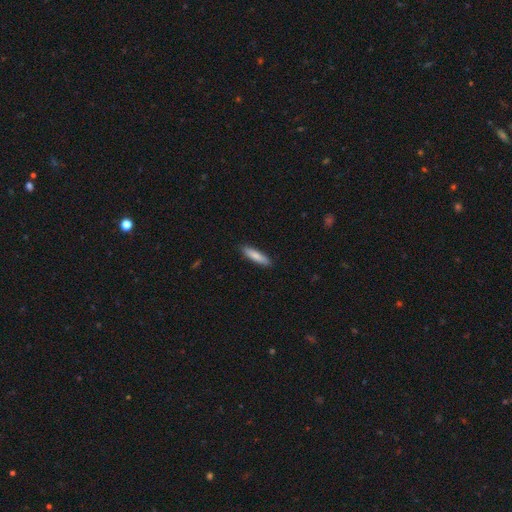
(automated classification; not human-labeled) This is clearly a smooth galaxy (81%). How rounded: likely cigar-shaped (77%). Merging: clearly none (90%).